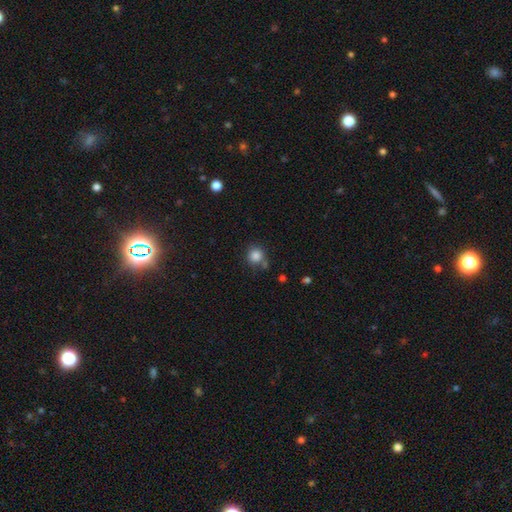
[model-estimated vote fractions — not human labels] A smooth galaxy with no disk features (85%) that is round (88%). Merging: none (65%).